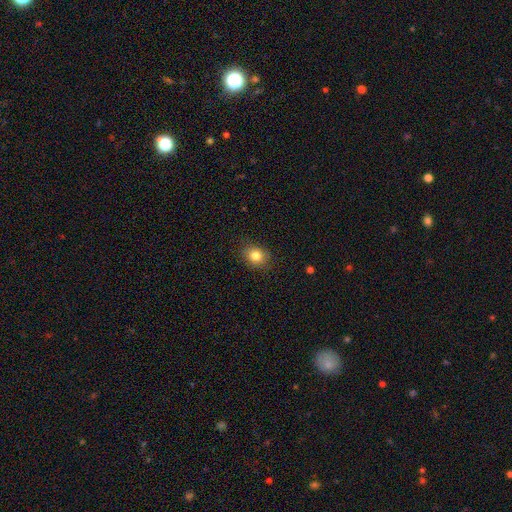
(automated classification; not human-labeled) smooth 82%, star or artifact 11%, featured or disk 7%. Down the decision tree: how rounded — round (55%); merging — none (86%).